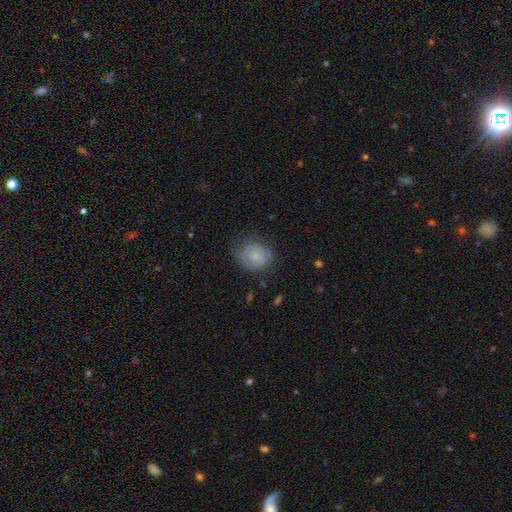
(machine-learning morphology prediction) The model was most divided on "merging": none: 60%, minor disturbance: 28%, major disturbance: 10%, merger: 2%. More confident: smooth or featured — smooth (76%); how rounded — round (73%).